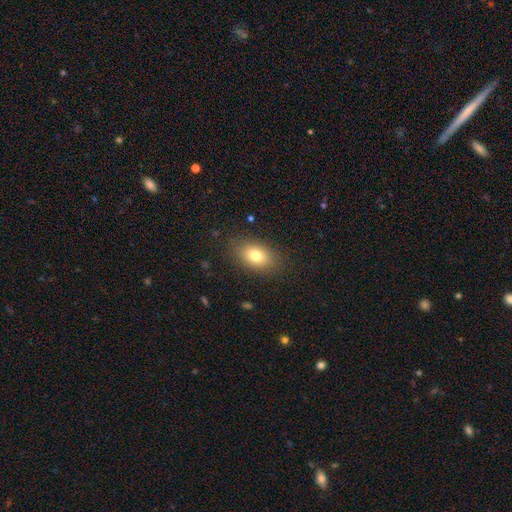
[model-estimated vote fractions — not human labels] smooth 77%, featured or disk 13%, star or artifact 10%. Down the decision tree: how rounded — in between (84%); merging — none (85%).